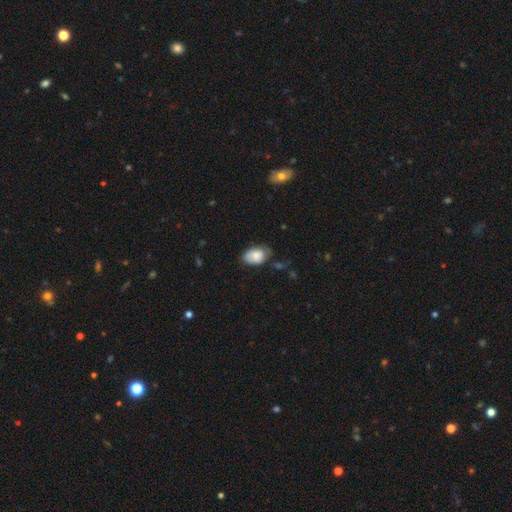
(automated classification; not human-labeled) smooth_or_featured: smooth (p=0.74) [alt: featured or disk p=0.19]
how_rounded: in between (p=0.87) [alt: round p=0.11]
merging: none (p=0.53) [alt: minor disturbance p=0.35]